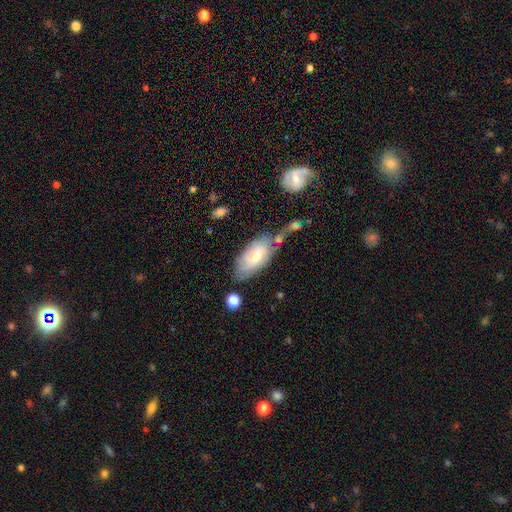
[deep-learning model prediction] smooth-or-featured: smooth: 59% | featured or disk: 34% | star or artifact: 6%
  how-rounded: in between: 89% | cigar-shaped: 8% | round: 3%
  merging: none: 52% | minor disturbance: 23% | merger: 16% | major disturbance: 9%